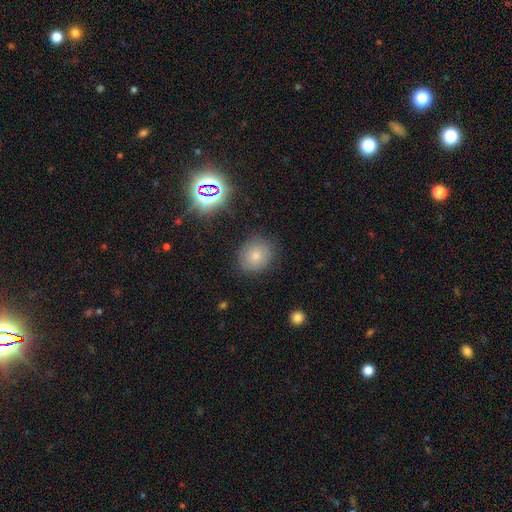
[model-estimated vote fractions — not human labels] smooth 74%, star or artifact 14%, featured or disk 12%. Down the decision tree: how rounded — round (73%); merging — none (83%).